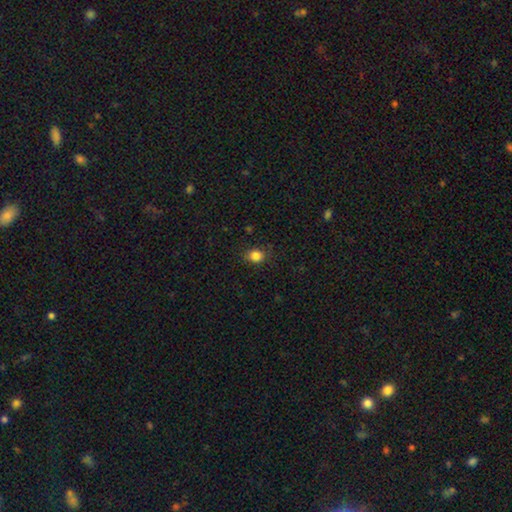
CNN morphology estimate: Overall: smooth (84%). How rounded: round (66%; in between 33%). Merging: none (83%).